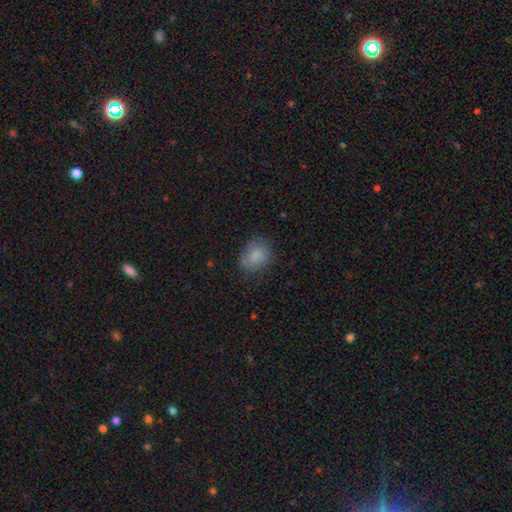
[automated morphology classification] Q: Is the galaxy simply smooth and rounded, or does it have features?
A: smooth — 80%.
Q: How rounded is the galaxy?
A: in between — 59%.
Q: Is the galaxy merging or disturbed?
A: none — 65%.